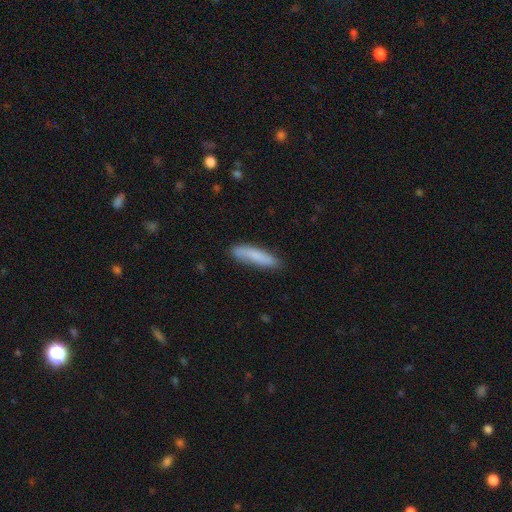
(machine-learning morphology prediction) A smooth galaxy with no disk features (80%) that is cigar-shaped (78%).

Vote fractions:
- Smooth or featured? smooth: 80% / featured or disk: 14% / star or artifact: 6%
- How rounded? cigar-shaped: 78% / in between: 20% / round: 1%
- Merging? none: 79% / minor disturbance: 16% / major disturbance: 3% / merger: 2%